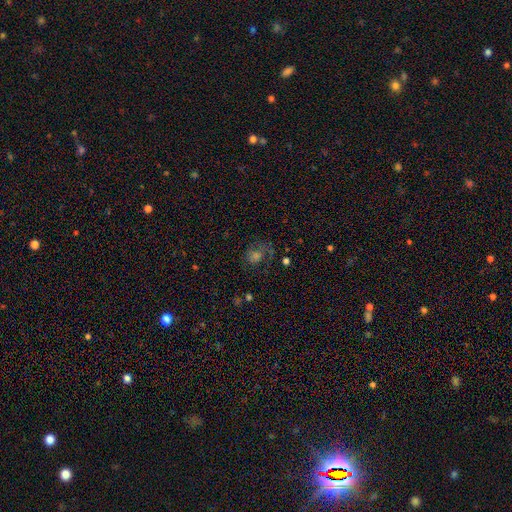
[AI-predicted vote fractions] Morphology: type=smooth (42%); merging=none (51%).